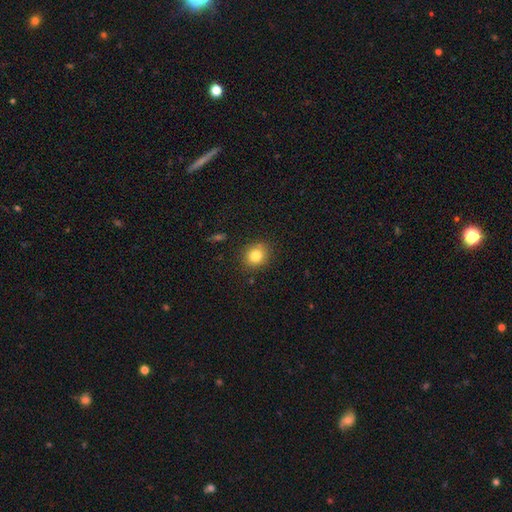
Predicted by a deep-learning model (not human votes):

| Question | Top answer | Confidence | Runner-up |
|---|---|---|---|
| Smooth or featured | smooth | 81% | star or artifact (11%) |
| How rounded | round | 73% | in between (26%) |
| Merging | none | 86% | minor disturbance (10%) |